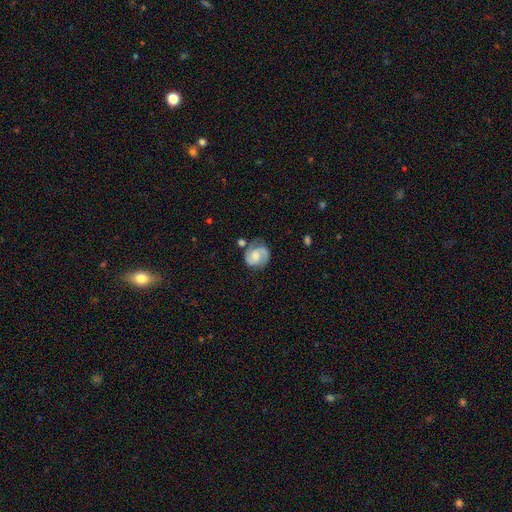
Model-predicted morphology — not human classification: Overall: featured or disk (77%). Edge-on disk: no (98%). Bar: no (53%; weak 38%). Spiral arms: yes (96%). Spiral arm count: 2 (87%). Spiral winding: medium (49%; tight 34%). Bulge size: moderate (42%; small 35%). Merging: none (67%).